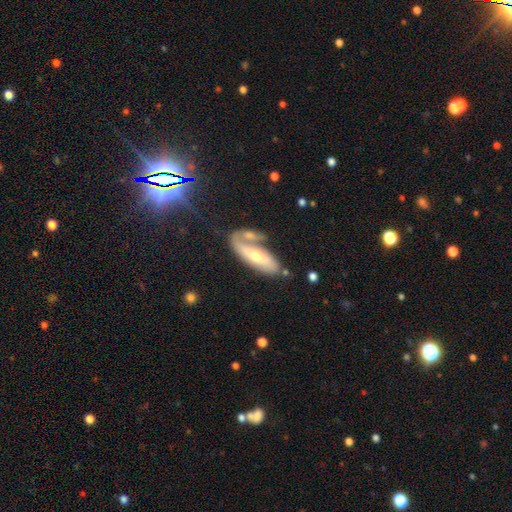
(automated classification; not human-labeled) smooth-or-featured: featured or disk: 52% | smooth: 41% | star or artifact: 7%
  disk-edge-on: no: 69% | yes: 31%
  merging: none: 39% | merger: 32% | minor disturbance: 17% | major disturbance: 12%